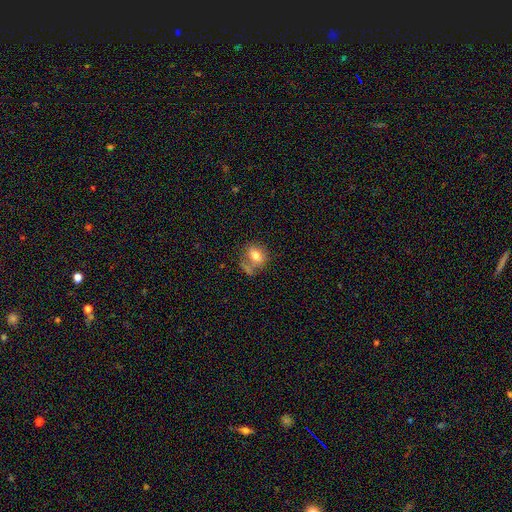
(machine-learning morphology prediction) This is likely a smooth galaxy (74%). How rounded: possibly in between (54%). Merging: possibly none (47%).